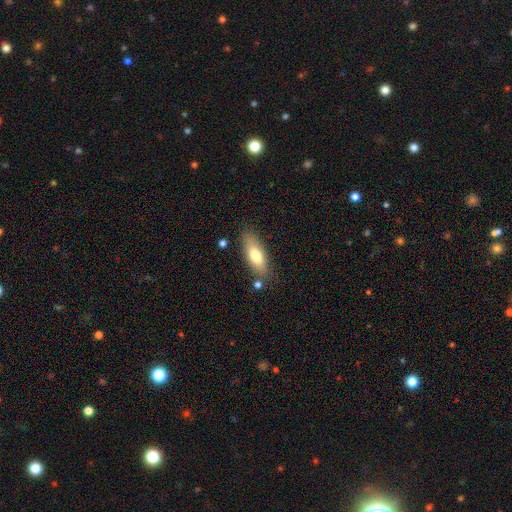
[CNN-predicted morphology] Overall: smooth (72%). How rounded: in between (71%). Merging: none (78%).